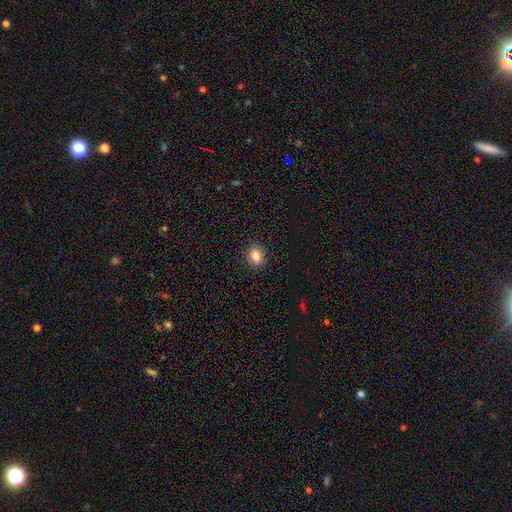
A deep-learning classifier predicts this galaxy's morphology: Overall: smooth (86%). How rounded: in between (58%; round 41%). Merging: none (89%).